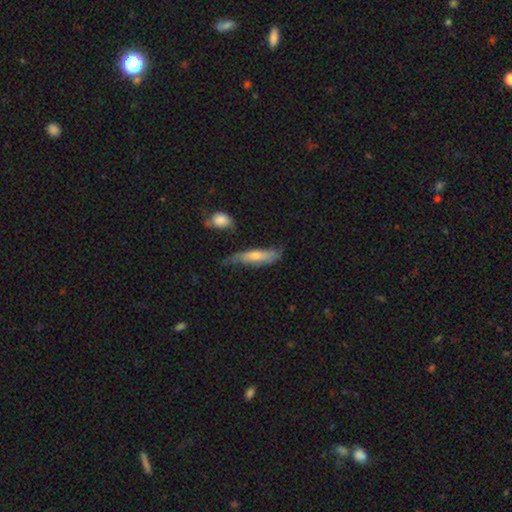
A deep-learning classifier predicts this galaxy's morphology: Smooth or featured? smooth (54%)
How rounded? cigar-shaped (69%)
Merging? none (52%)